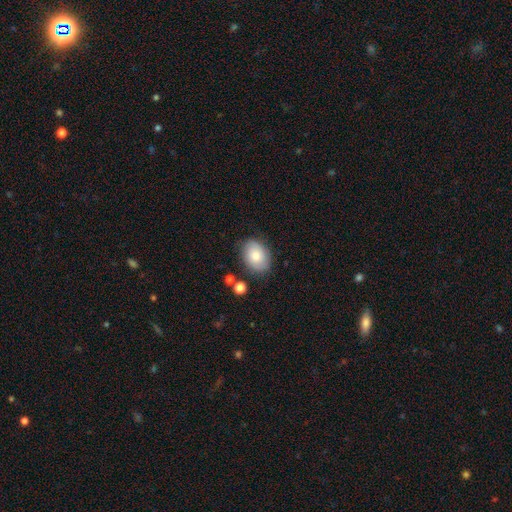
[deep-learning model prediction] Q: Smooth or featured?
A: smooth (70%); runner-up: featured or disk (23%)
Q: How rounded?
A: in between (70%); runner-up: round (29%)
Q: Merging?
A: none (80%); runner-up: minor disturbance (14%)